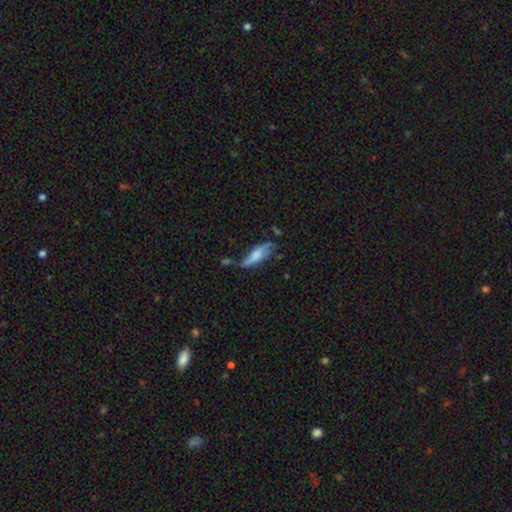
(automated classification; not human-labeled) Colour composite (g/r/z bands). It shows a smooth galaxy with no disk features (47%). Merging: none (42%).